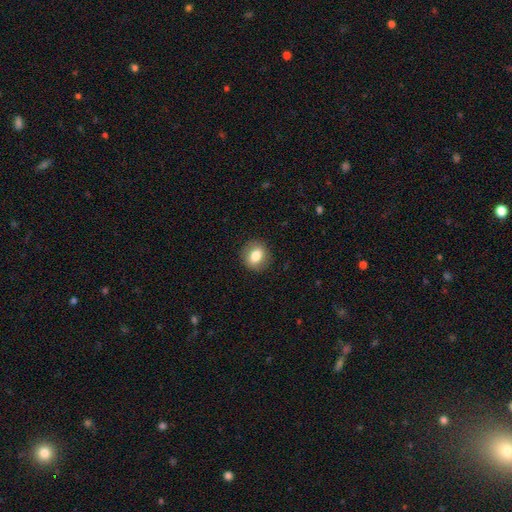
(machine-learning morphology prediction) smooth 79%, featured or disk 13%, star or artifact 9%. Down the decision tree: how rounded — round (66%); merging — none (89%).